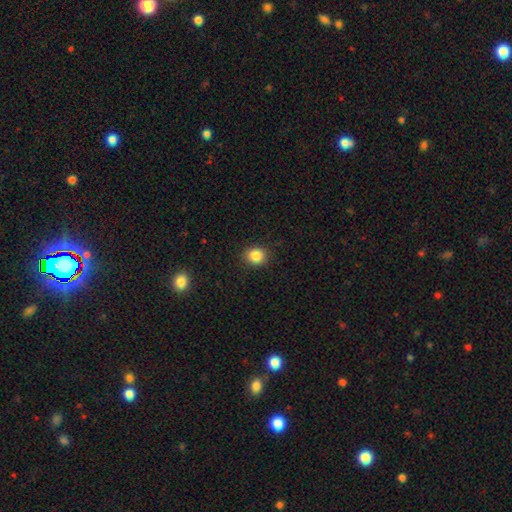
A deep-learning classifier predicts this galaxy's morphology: A smooth galaxy with no disk features (86%) that is round (80%).

Vote fractions:
- Smooth or featured? smooth: 86% / star or artifact: 10% / featured or disk: 4%
- How rounded? round: 80% / in between: 19% / cigar-shaped: 1%
- Merging? none: 90% / minor disturbance: 7% / major disturbance: 2% / merger: 1%